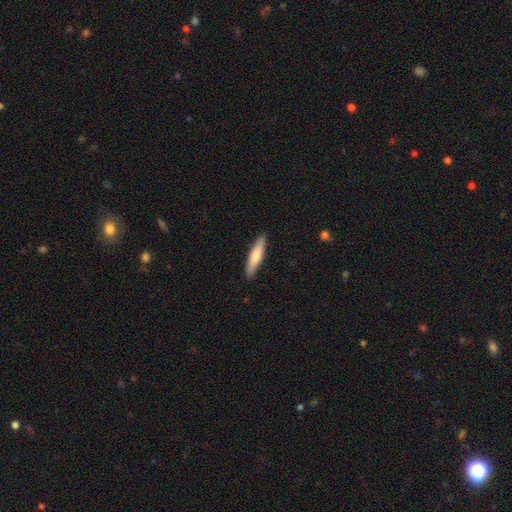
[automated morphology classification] This is likely a smooth galaxy (69%). How rounded: clearly cigar-shaped (83%). Merging: clearly none (90%).